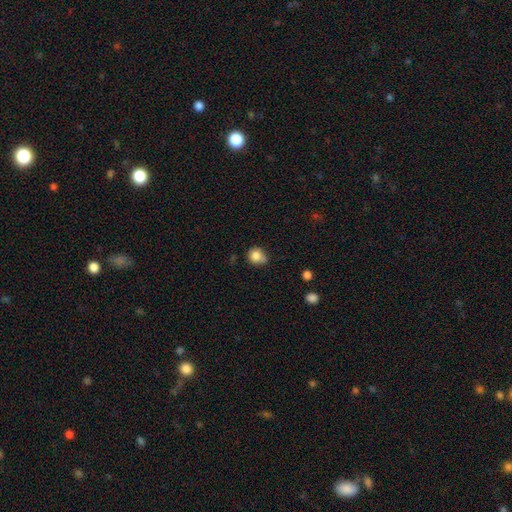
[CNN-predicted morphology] Smooth or featured? Predicted: smooth (p=0.82). How rounded? Predicted: round (p=0.73). Merging? Predicted: none (p=0.53).